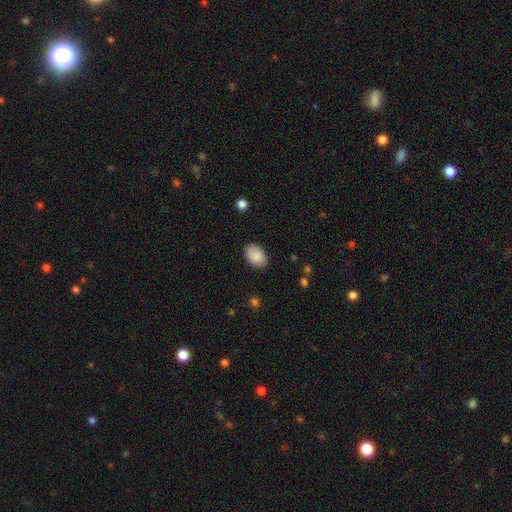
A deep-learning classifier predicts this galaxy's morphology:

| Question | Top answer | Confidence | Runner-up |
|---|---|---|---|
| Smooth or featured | smooth | 89% | star or artifact (6%) |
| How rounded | in between | 89% | round (10%) |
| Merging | none | 87% | minor disturbance (10%) |